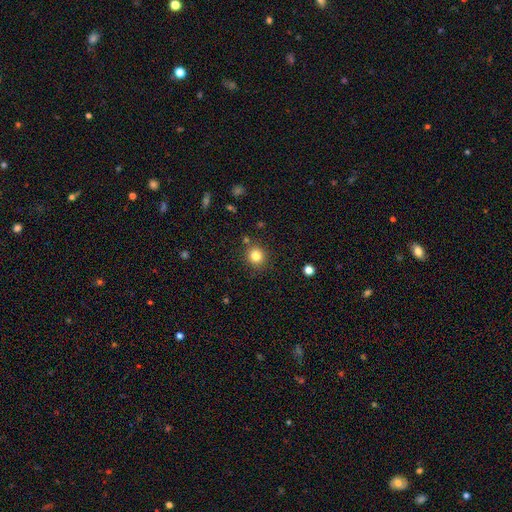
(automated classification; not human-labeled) A smooth galaxy with no disk features (82%) that is round (92%). Merging: none (86%).